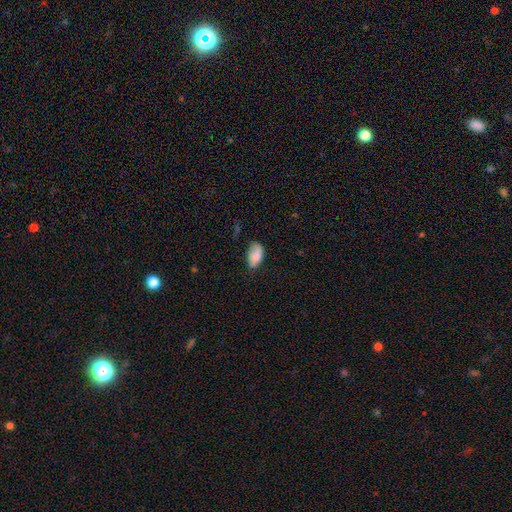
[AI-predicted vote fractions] This appears to be a smooth galaxy with no disk features (84%) that is in between round and cigar-shaped (94%). Merging: none (58%).